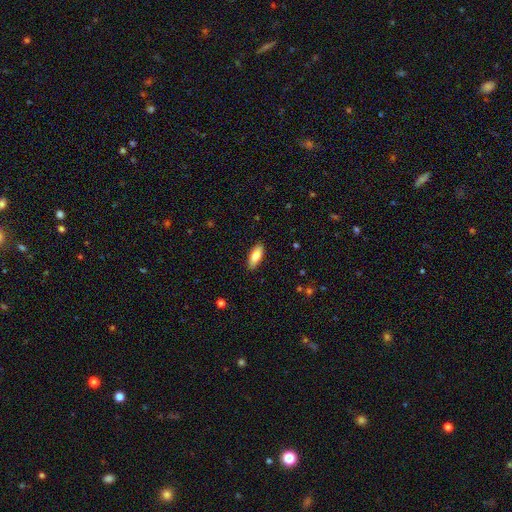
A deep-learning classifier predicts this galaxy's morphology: Smooth or featured? smooth (77%)
How rounded? in between (75%)
Merging? none (89%)